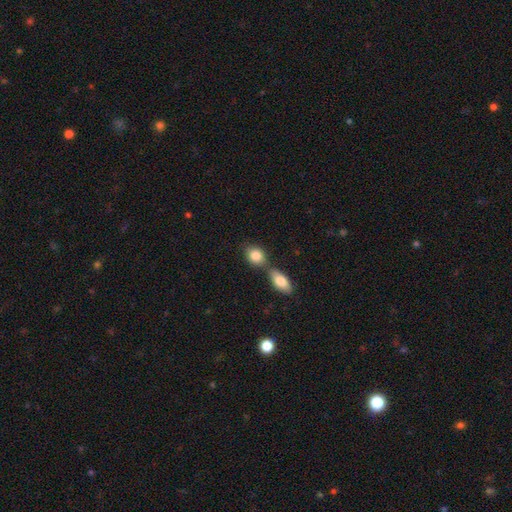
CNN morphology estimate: Overall: smooth (85%). How rounded: in between (55%; round 43%). Merging: none (44%; merger 43%).